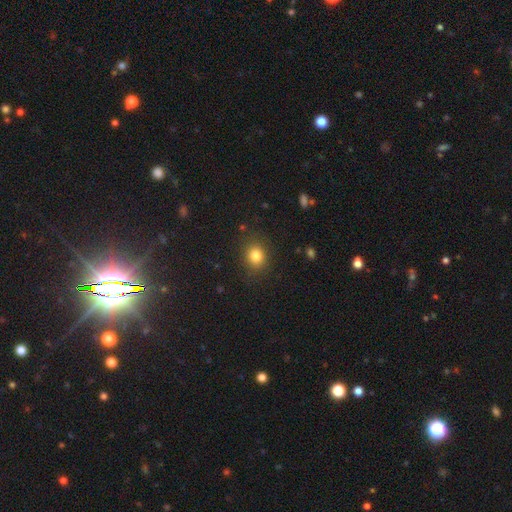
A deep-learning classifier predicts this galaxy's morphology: The model was most divided on "how rounded": round: 65%, in between: 34%, cigar-shaped: 1%. More confident: merging — none (86%); smooth or featured — smooth (82%).